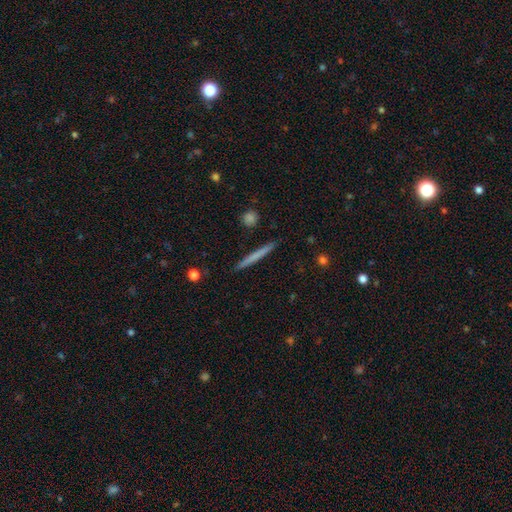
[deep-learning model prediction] Smooth or featured? smooth (62%)
How rounded? cigar-shaped (97%)
Merging? none (91%)